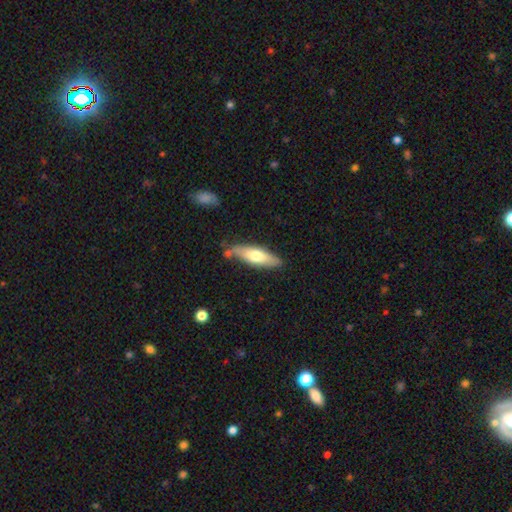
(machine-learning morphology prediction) smooth 61%, featured or disk 34%, star or artifact 5%. Down the decision tree: how rounded — cigar-shaped (57%); merging — none (73%).